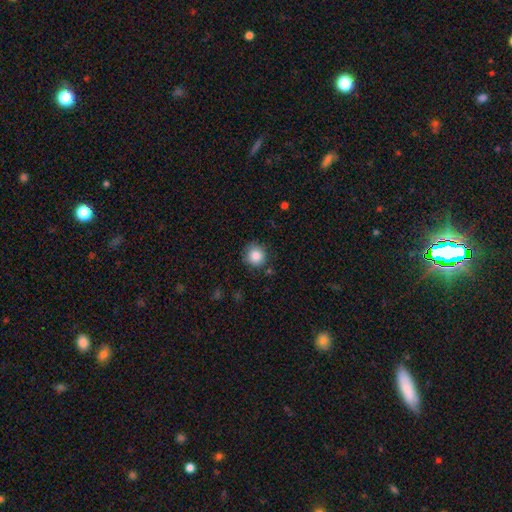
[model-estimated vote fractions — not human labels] Q: Smooth or featured?
A: smooth (86%); runner-up: star or artifact (9%)
Q: How rounded?
A: round (92%); runner-up: in between (7%)
Q: Merging?
A: none (84%); runner-up: minor disturbance (11%)